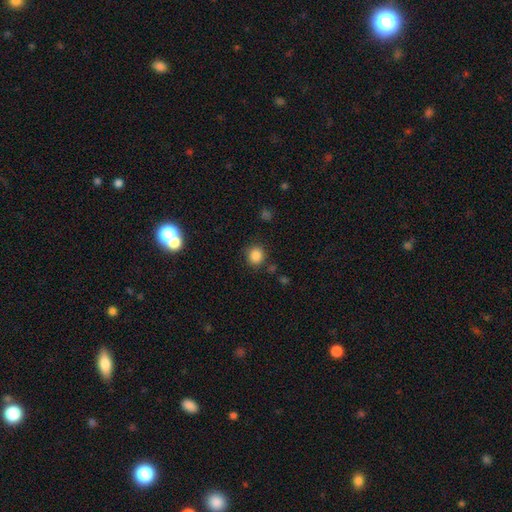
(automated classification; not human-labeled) The model was most divided on "smooth or featured": smooth: 85%, star or artifact: 11%, featured or disk: 4%. More confident: how rounded — round (90%); merging — none (85%).